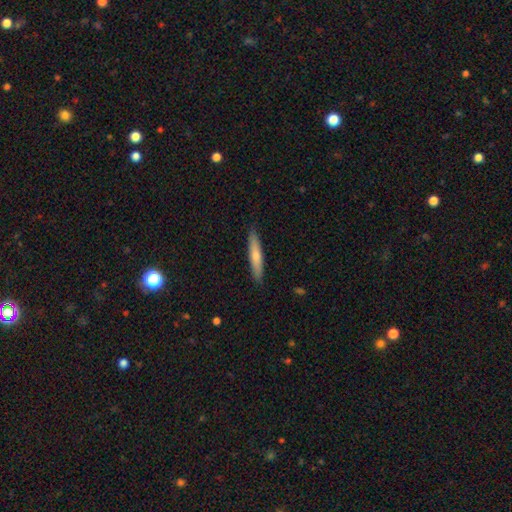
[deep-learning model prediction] This is likely a smooth galaxy (65%). How rounded: clearly cigar-shaped (90%). Merging: clearly none (88%).